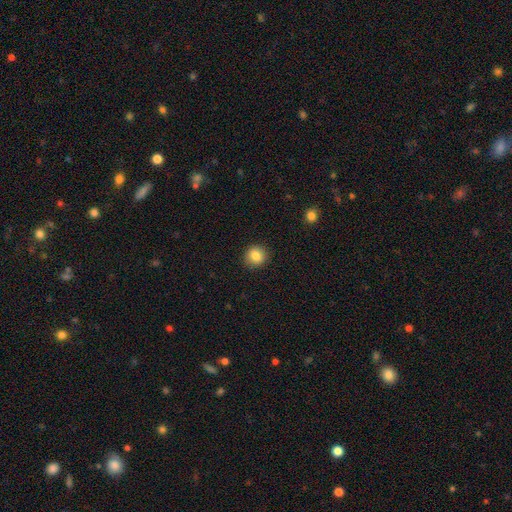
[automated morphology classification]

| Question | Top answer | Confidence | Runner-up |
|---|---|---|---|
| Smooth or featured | smooth | 85% | star or artifact (10%) |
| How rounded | round | 88% | in between (11%) |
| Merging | none | 90% | minor disturbance (7%) |